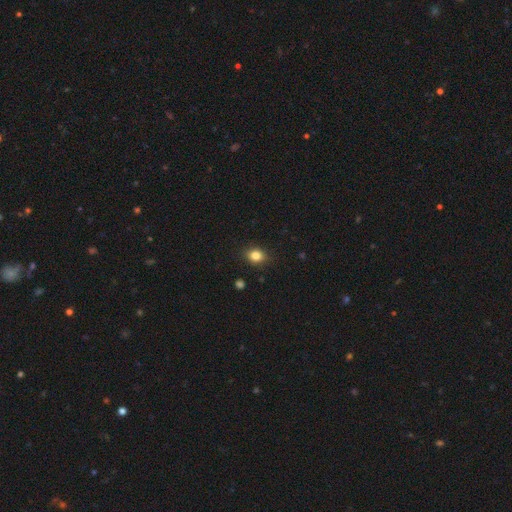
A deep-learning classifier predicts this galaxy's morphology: A smooth galaxy with no disk features (83%) that is round (59%).

Vote fractions:
- Smooth or featured? smooth: 83% / star or artifact: 11% / featured or disk: 6%
- How rounded? round: 59% / in between: 40% / cigar-shaped: 1%
- Merging? none: 87% / minor disturbance: 9% / major disturbance: 2% / merger: 1%